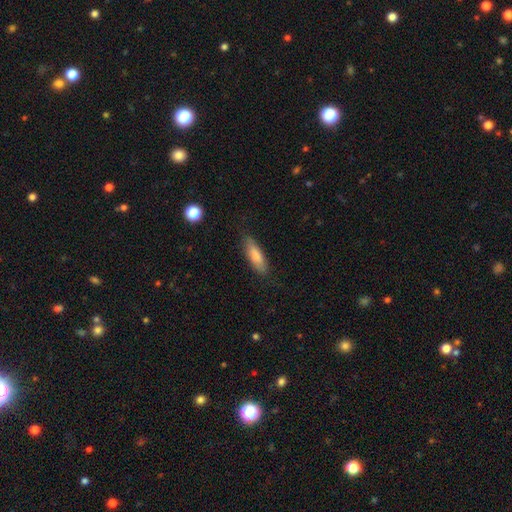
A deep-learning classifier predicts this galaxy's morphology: smooth-or-featured: smooth: 81% | featured or disk: 13% | star or artifact: 6%
  how-rounded: cigar-shaped: 52% | in between: 46% | round: 2%
  merging: none: 80% | minor disturbance: 15% | major disturbance: 3% | merger: 1%